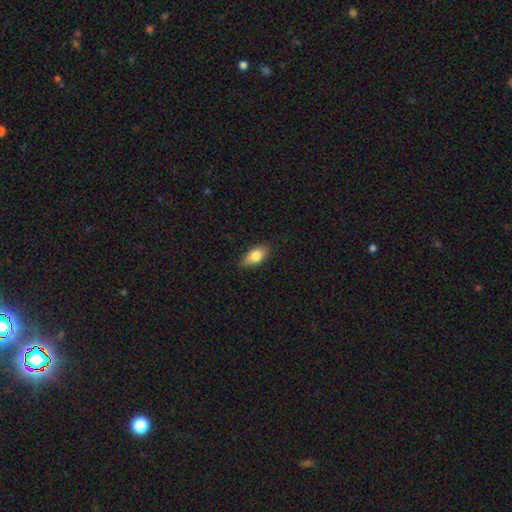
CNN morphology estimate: smooth-or-featured: smooth: 78% | featured or disk: 14% | star or artifact: 7%
  how-rounded: in between: 87% | cigar-shaped: 7% | round: 6%
  merging: none: 79% | minor disturbance: 17% | major disturbance: 3% | merger: 1%